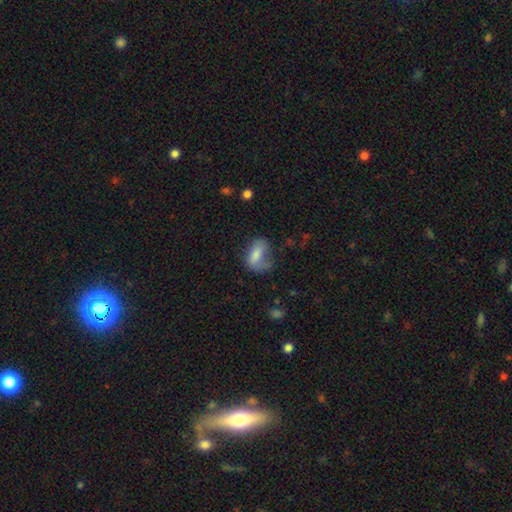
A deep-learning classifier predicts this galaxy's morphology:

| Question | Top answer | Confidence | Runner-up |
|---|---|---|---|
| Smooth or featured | smooth | 72% | featured or disk (19%) |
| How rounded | in between | 84% | round (11%) |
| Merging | none | 41% | minor disturbance (30%) |